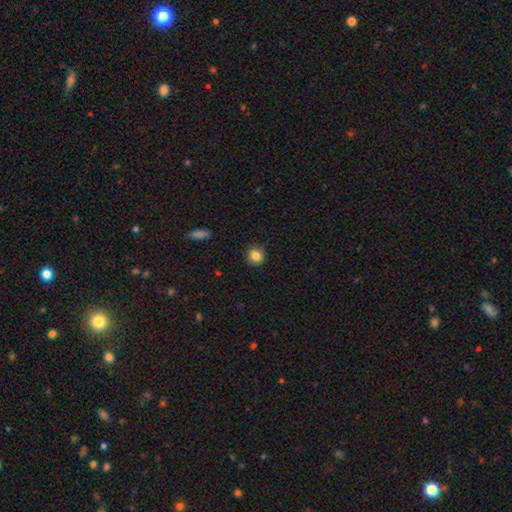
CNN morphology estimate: This appears to be a smooth galaxy with no disk features (86%) that is round (79%). Merging: none (90%).